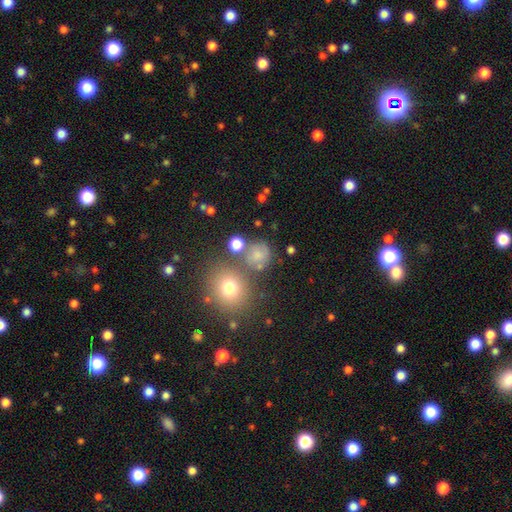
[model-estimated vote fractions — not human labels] Overall: smooth (67%). How rounded: round (83%). Merging: none (65%).